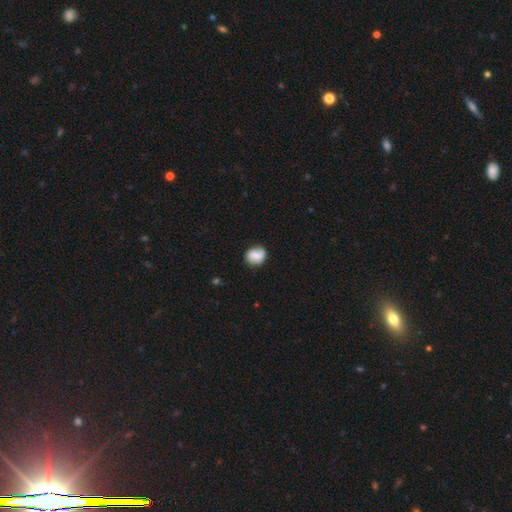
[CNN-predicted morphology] type=smooth (66%); roundness=round (67%); merging=none (75%).